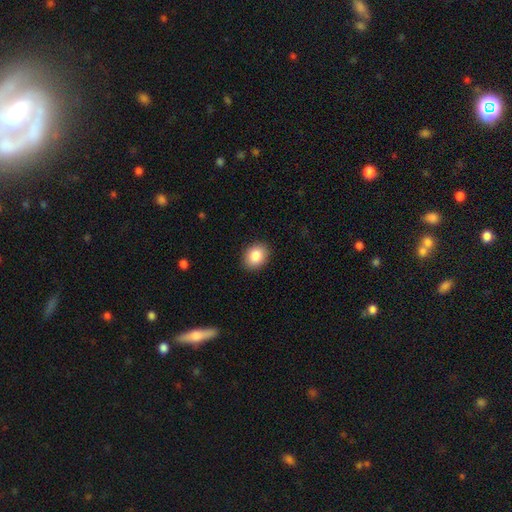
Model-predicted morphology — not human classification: smooth-or-featured: smooth: 86% | star or artifact: 8% | featured or disk: 6%
  how-rounded: in between: 52% | round: 47% | cigar-shaped: 1%
  merging: none: 90% | minor disturbance: 7% | major disturbance: 2% | merger: 1%